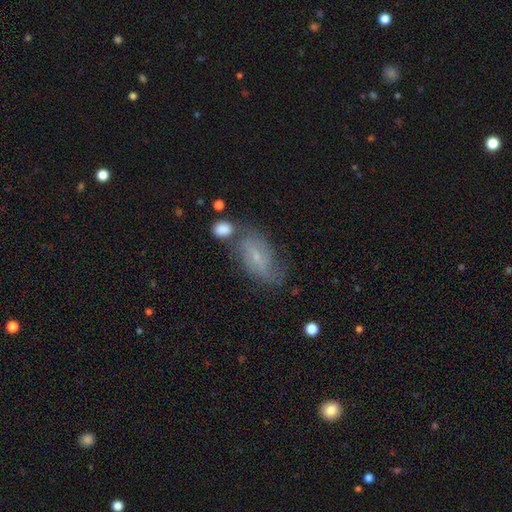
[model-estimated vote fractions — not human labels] smooth-or-featured: smooth: 37% | featured or disk: 36% | star or artifact: 27%
  merging: none: 70% | minor disturbance: 15% | merger: 9% | major disturbance: 6%